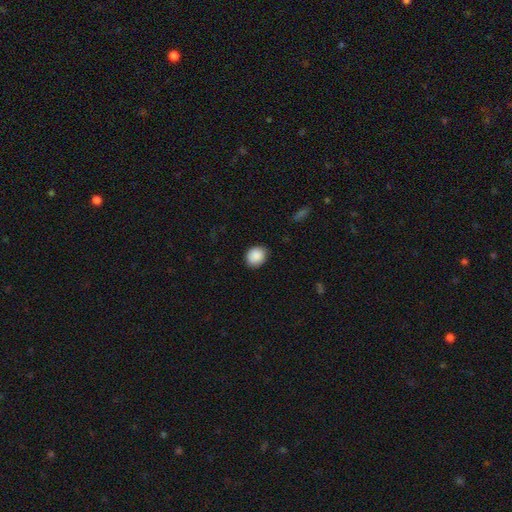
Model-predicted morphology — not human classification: The model was most divided on "how rounded": round: 65%, in between: 34%, cigar-shaped: 1%. More confident: smooth or featured — smooth (89%); merging — none (84%).